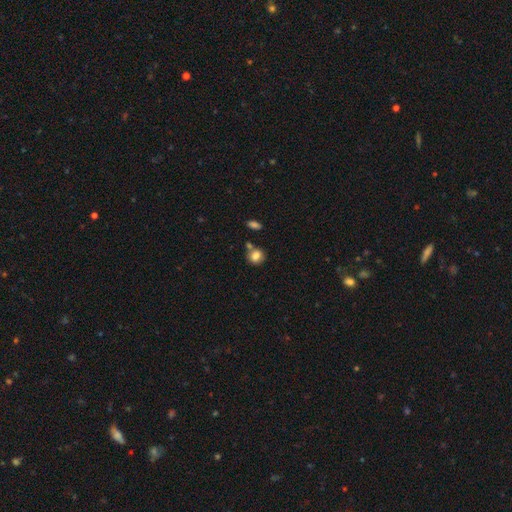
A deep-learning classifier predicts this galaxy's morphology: type=smooth (82%); roundness=round (72%); merging=none (65%).